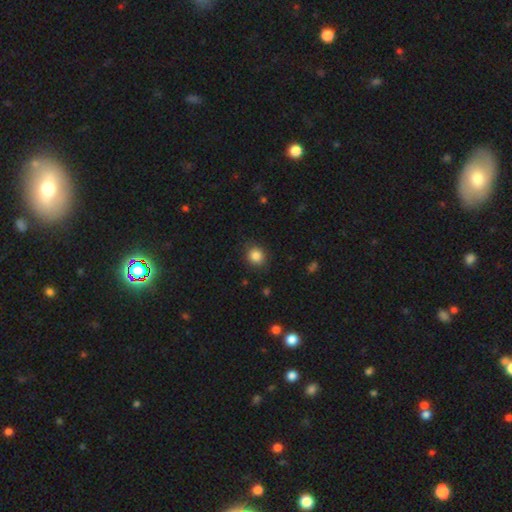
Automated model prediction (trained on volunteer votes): Morphology: type=smooth (86%); roundness=round (78%); merging=none (84%).